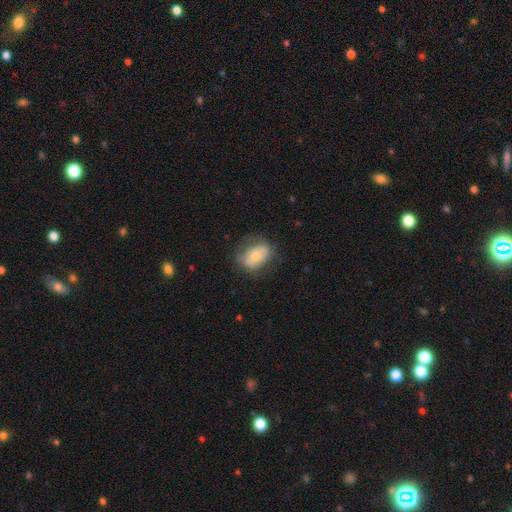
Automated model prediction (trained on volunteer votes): Q: Smooth or featured?
A: smooth (61%); runner-up: featured or disk (32%)
Q: How rounded?
A: in between (79%); runner-up: round (20%)
Q: Merging?
A: none (64%); runner-up: minor disturbance (24%)